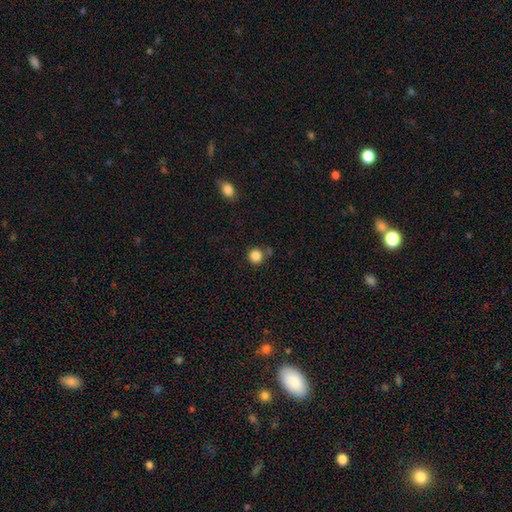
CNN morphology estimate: Smooth or featured? smooth (85%)
How rounded? round (92%)
Merging? none (76%)